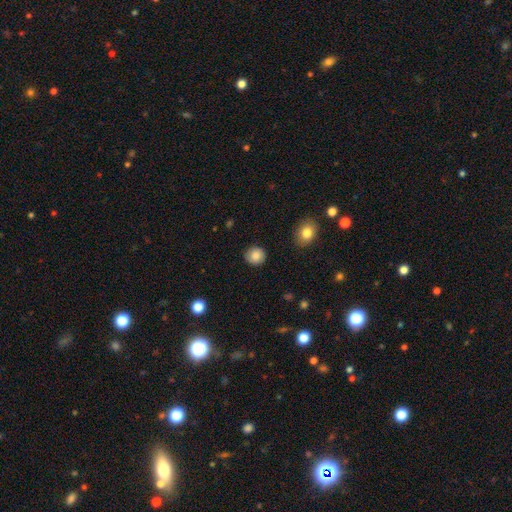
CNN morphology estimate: smooth-or-featured: smooth: 85% | star or artifact: 9% | featured or disk: 6%
  how-rounded: round: 89% | in between: 10% | cigar-shaped: 1%
  merging: none: 87% | minor disturbance: 9% | major disturbance: 2% | merger: 1%